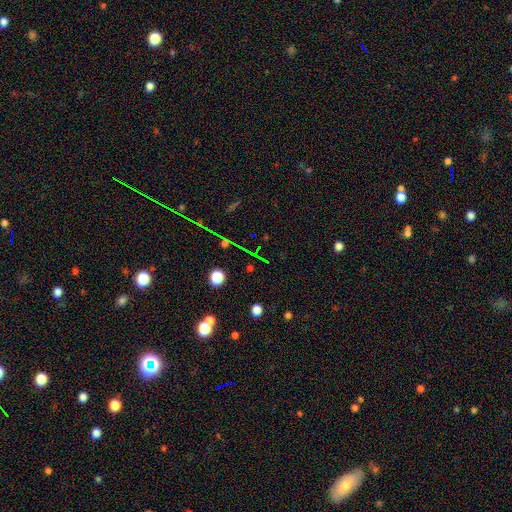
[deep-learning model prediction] Overall: star or artifact (69%).